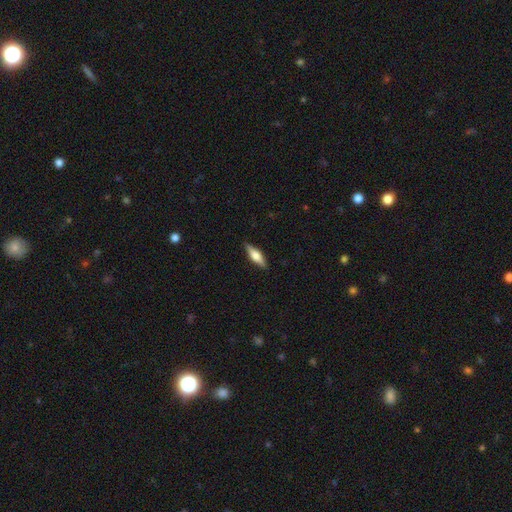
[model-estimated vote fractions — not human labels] A featured or disk galaxy (47%, tied with smooth). Merging: none (88%).